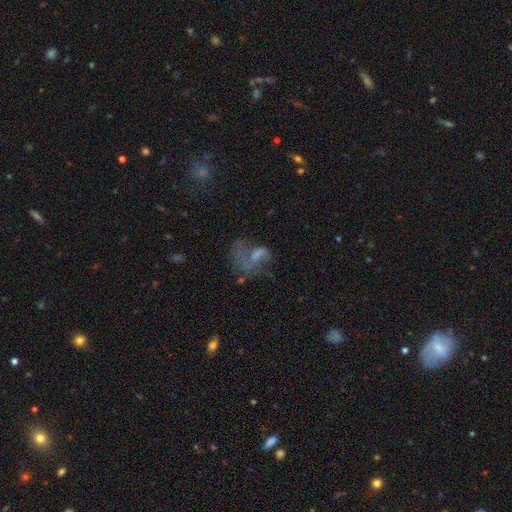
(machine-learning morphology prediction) Smooth or featured? featured or disk (49%)
Merging? major disturbance (50%)